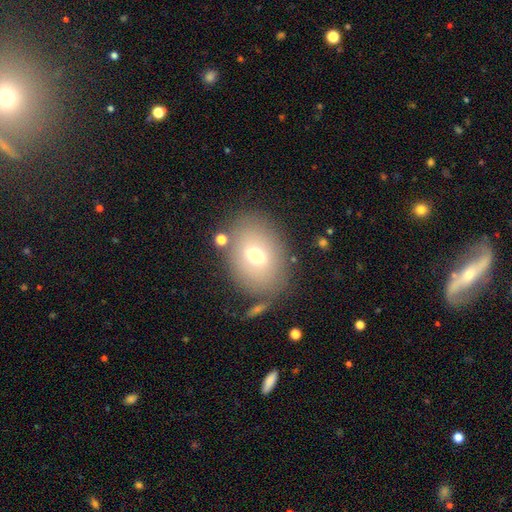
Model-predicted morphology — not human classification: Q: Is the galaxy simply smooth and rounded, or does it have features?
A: smooth — 64%.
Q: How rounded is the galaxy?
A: in between — 68%.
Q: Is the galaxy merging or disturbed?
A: none — 74%.